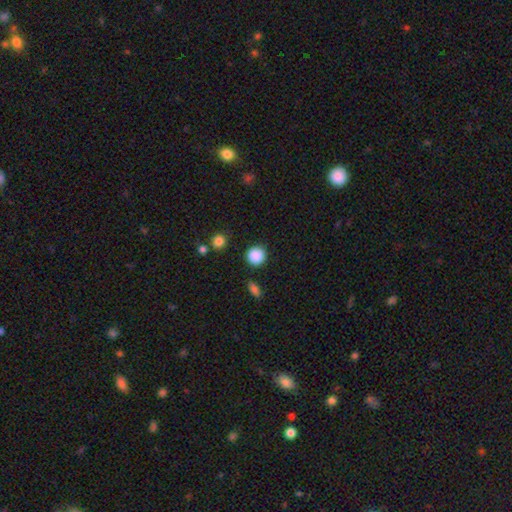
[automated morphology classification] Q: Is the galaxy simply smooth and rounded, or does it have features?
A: smooth — 88%.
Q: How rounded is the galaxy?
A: round — 92%.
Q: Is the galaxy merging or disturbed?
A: none — 88%.